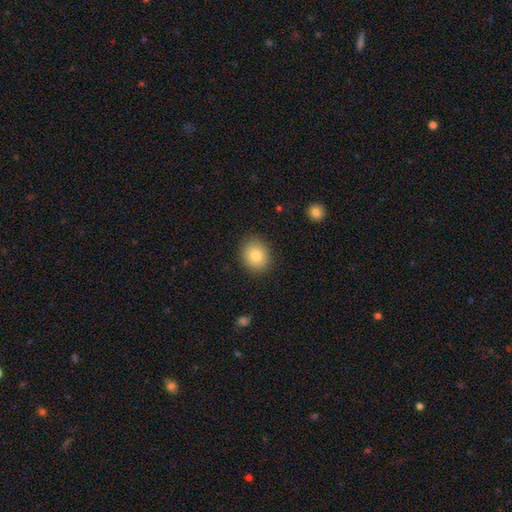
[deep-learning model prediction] The model was most divided on "how rounded": round: 68%, in between: 31%, cigar-shaped: 1%. More confident: merging — none (88%); smooth or featured — smooth (81%).